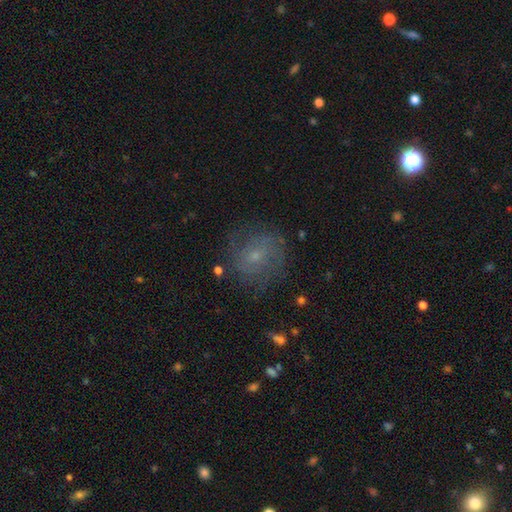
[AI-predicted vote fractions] Smooth or featured? Predicted: featured or disk (p=0.55). Edge-on disk? Predicted: no (p=0.97). Bar? Predicted: no (p=0.60). Spiral arms? Predicted: yes (p=0.81). Bulge size? Predicted: small (p=0.70). Merging? Predicted: none (p=0.72).